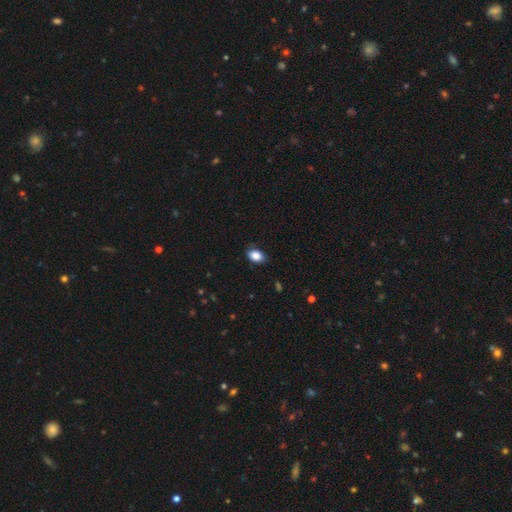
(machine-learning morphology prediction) Smooth or featured? smooth (87%)
How rounded? in between (85%)
Merging? none (81%)